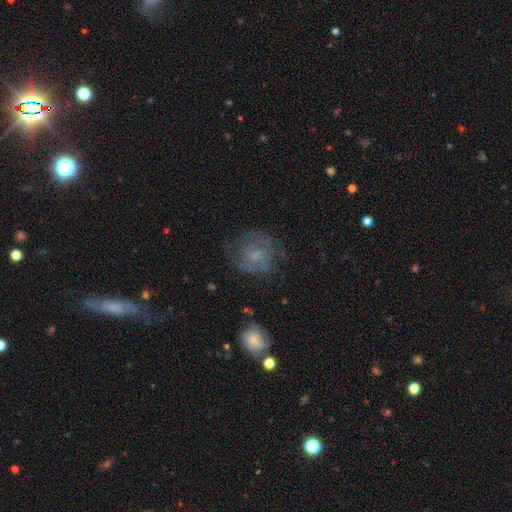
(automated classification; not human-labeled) Smooth or featured? Predicted: featured or disk (p=0.46). Merging? Predicted: none (p=0.64).